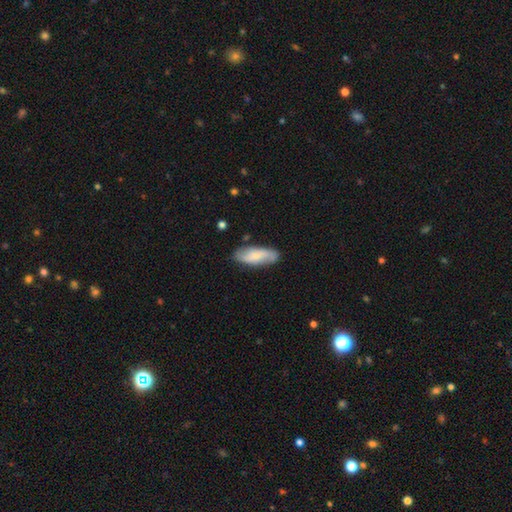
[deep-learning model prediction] Smooth or featured: smooth — 59% (featured or disk — 35%)
How rounded: in between — 70% (cigar-shaped — 28%)
Merging: none — 79% (minor disturbance — 16%)